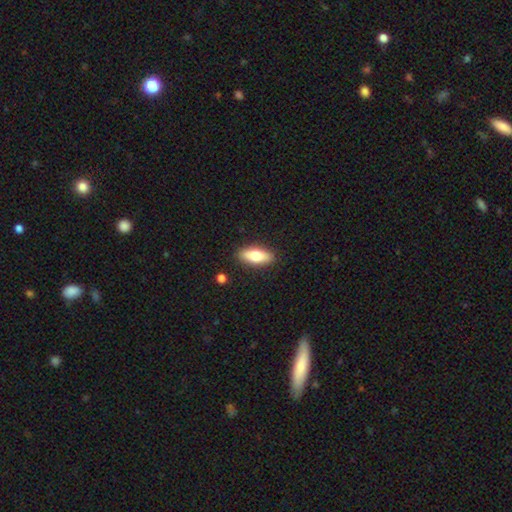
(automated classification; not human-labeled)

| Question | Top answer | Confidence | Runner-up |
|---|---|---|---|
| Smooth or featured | smooth | 71% | featured or disk (23%) |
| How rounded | in between | 76% | cigar-shaped (21%) |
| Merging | none | 88% | minor disturbance (8%) |